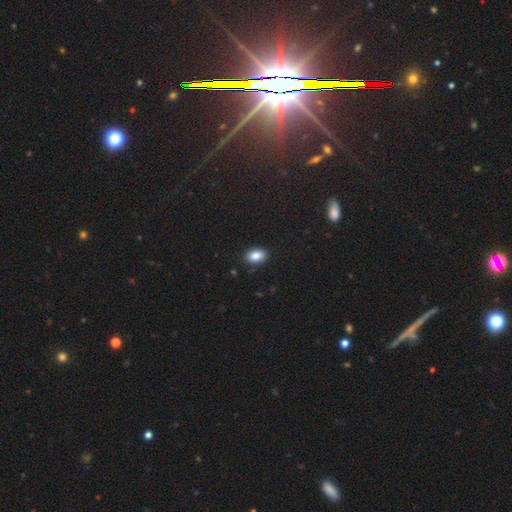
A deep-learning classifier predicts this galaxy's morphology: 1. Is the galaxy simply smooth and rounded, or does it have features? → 86% smooth, 8% star or artifact, 6% featured or disk.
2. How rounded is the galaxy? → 89% in between, 10% round, 2% cigar-shaped.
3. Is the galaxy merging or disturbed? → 88% none, 9% minor disturbance, 2% major disturbance, 1% merger.